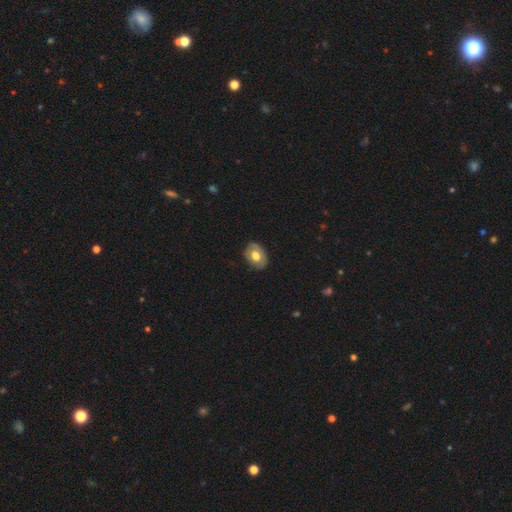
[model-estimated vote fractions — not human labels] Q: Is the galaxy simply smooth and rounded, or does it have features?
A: smooth — 60%.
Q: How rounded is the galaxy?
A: in between — 77%.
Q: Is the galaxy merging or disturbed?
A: none — 80%.